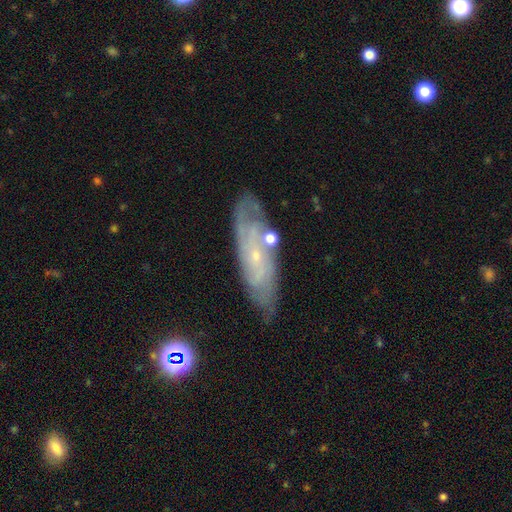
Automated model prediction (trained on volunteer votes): Morphology: type=featured or disk (72%); edge-on=no (81%); bar=no (71%); spiral arms=yes (85%); bulge=small (82%); merging=none (73%).